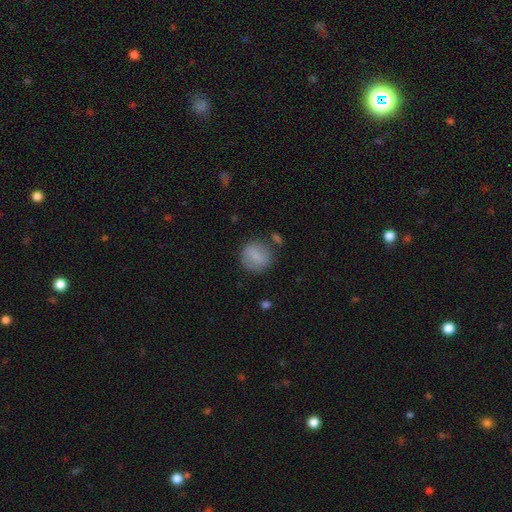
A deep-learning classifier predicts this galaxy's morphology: Smooth or featured? smooth (78%)
How rounded? round (84%)
Merging? none (76%)